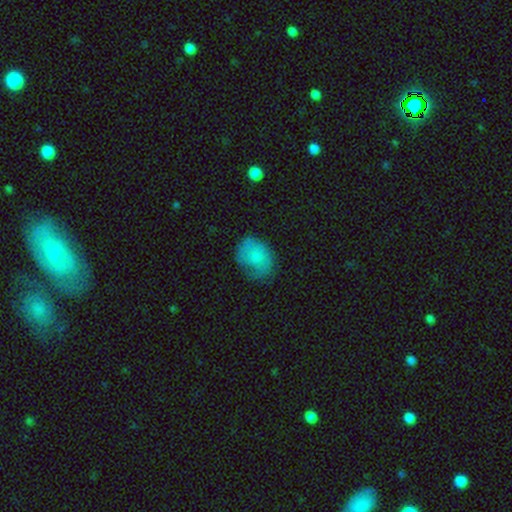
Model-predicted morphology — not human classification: A smooth galaxy with no disk features (72%) that is in between round and cigar-shaped (57%). Merging: none (53%).